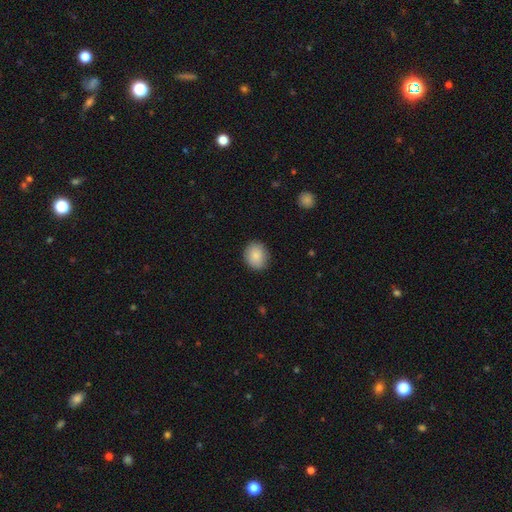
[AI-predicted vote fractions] Overall: smooth (88%). How rounded: round (60%; in between 40%). Merging: none (86%).